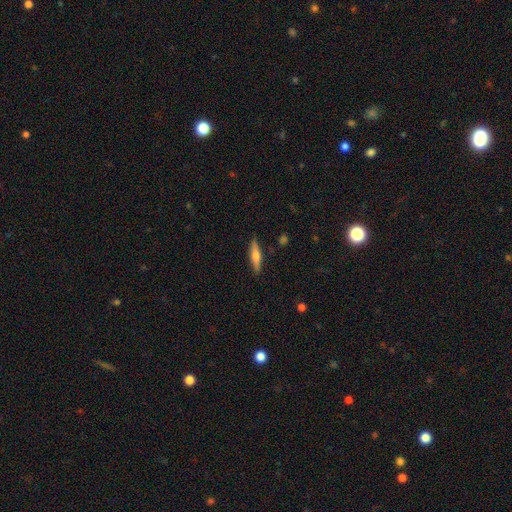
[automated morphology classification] A featured or disk galaxy (49%). Merging: none (88%).